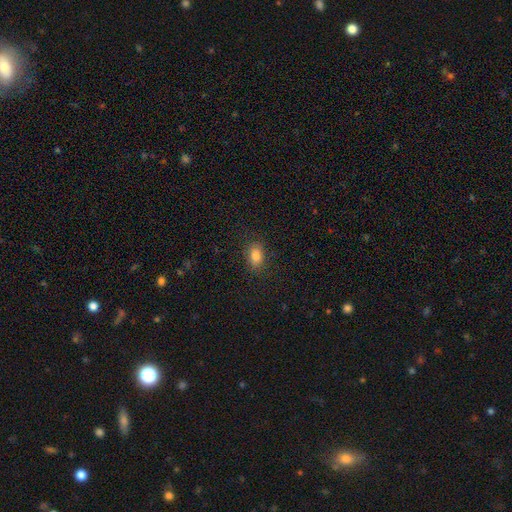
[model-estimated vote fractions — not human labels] This is clearly a smooth galaxy (84%). How rounded: clearly in between (80%). Merging: clearly none (85%).